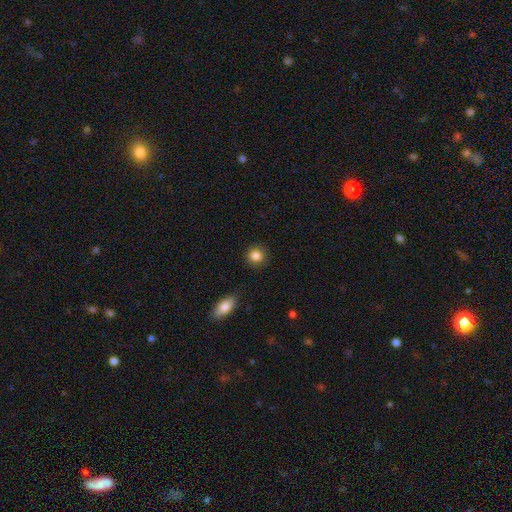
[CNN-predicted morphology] Overall: smooth (86%). How rounded: round (89%). Merging: none (88%).